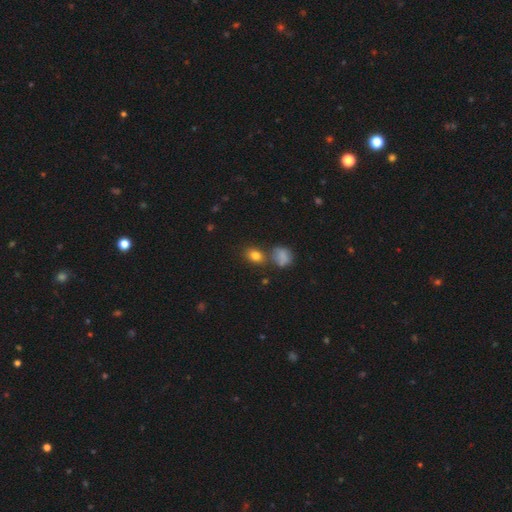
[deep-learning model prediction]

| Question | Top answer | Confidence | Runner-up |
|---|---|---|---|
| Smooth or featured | smooth | 81% | star or artifact (12%) |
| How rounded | in between | 58% | round (40%) |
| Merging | none | 68% | merger (16%) |